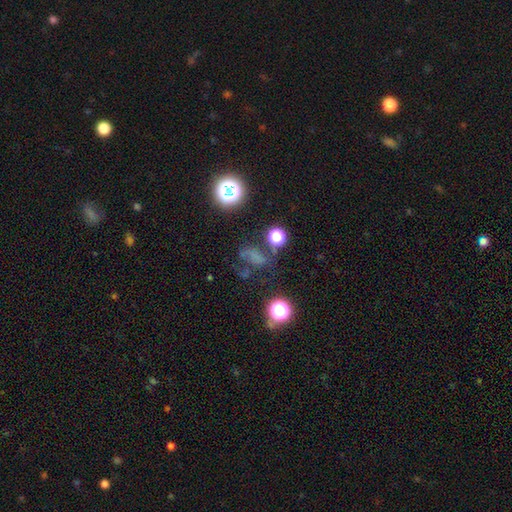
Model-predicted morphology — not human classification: Smooth or featured? smooth (39%)
Merging? none (49%)